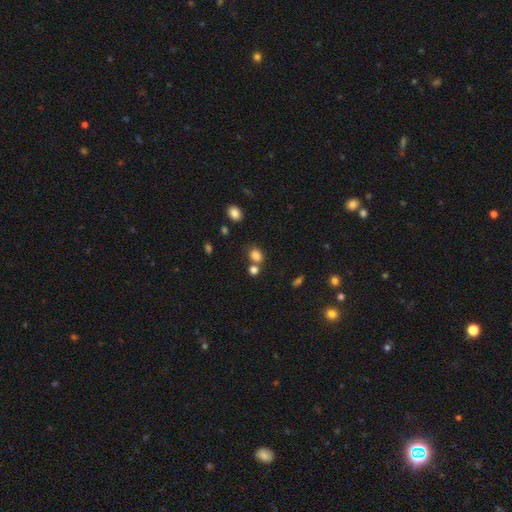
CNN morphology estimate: smooth 81%, star or artifact 13%, featured or disk 6%. Down the decision tree: how rounded — in between (61%); merging — none (54%).